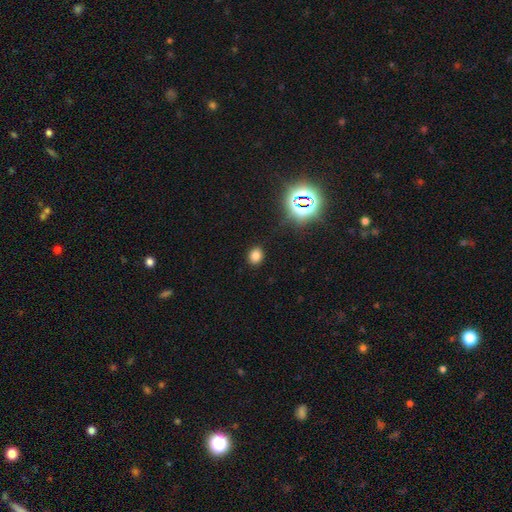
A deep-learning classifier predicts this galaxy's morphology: smooth_or_featured: smooth (p=0.76) [alt: star or artifact p=0.19]
how_rounded: round (p=0.55) [alt: in between p=0.44]
merging: none (p=0.88) [alt: minor disturbance p=0.08]